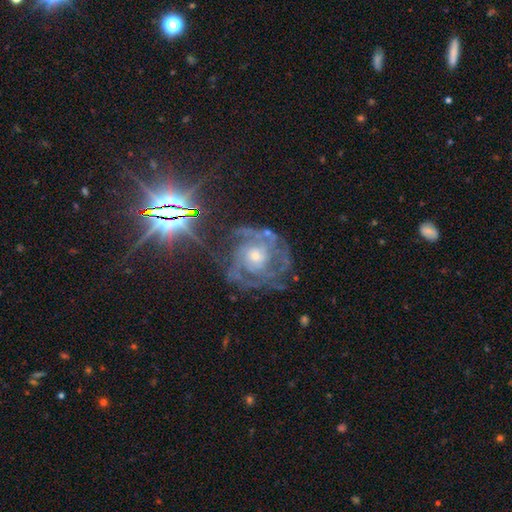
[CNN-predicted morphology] Smooth or featured?
  - featured or disk: 81% *
  - star or artifact: 12%
  - smooth: 6%
Edge-on disk?
  - no: 97% *
  - yes: 3%
Bar?
  - no: 75% *
  - weak: 19%
  - strong: 5%
Spiral arms?
  - yes: 94% *
  - no: 6%
Spiral winding?
  - tight: 58% *
  - medium: 34%
  - loose: 7%
Spiral arm count?
  - can't tell: 30% *
  - 3: 24%
  - 2: 19%
  - 4: 14%
  - more than 4: 7%
  - 1: 6%
Bulge size?
  - small: 49% *
  - moderate: 45%
  - large: 3%
  - none: 2%
  - dominant: 1%
Merging?
  - none: 67% *
  - minor disturbance: 18%
  - major disturbance: 13%
  - merger: 2%